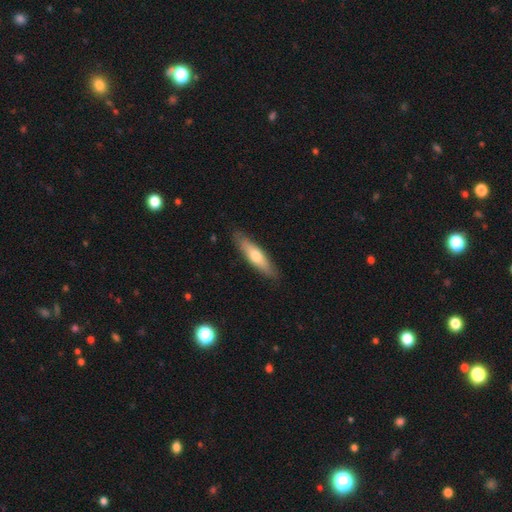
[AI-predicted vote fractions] This appears to be a smooth galaxy with no disk features (59%) that is cigar-shaped (73%). Merging: none (86%).